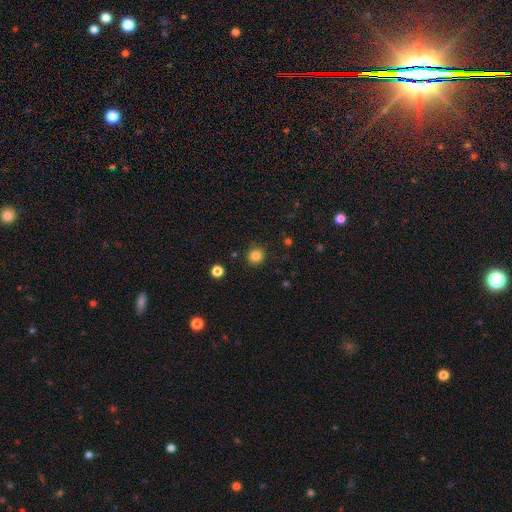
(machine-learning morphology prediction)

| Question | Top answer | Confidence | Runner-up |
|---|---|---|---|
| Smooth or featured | smooth | 84% | star or artifact (12%) |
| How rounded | round | 92% | in between (8%) |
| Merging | none | 89% | minor disturbance (7%) |